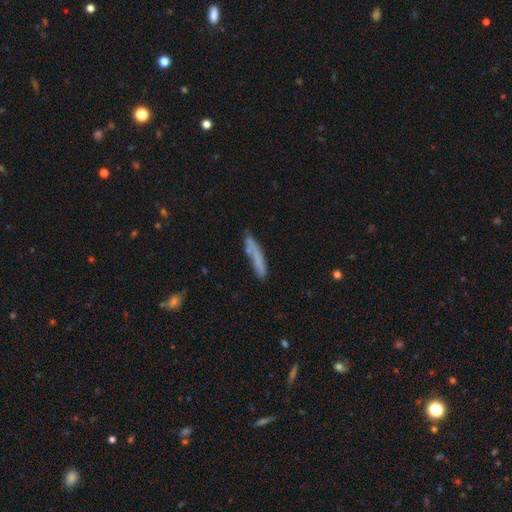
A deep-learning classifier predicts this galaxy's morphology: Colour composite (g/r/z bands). It shows a smooth galaxy with no disk features (67%) that is cigar-shaped (92%). Merging: none (68%).